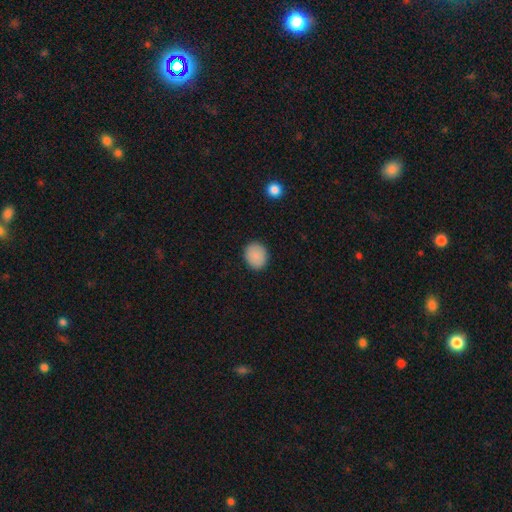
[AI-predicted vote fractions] smooth-or-featured: smooth: 88% | star or artifact: 8% | featured or disk: 3%
  how-rounded: round: 64% | in between: 35% | cigar-shaped: 1%
  merging: none: 89% | minor disturbance: 8% | major disturbance: 2% | merger: 1%